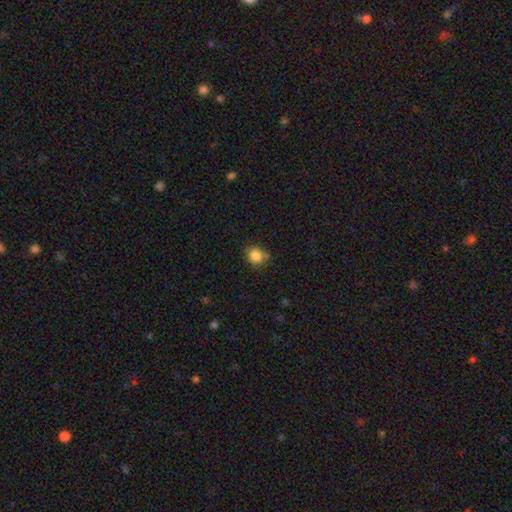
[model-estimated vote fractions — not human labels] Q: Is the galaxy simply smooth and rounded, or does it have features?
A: smooth — 85%.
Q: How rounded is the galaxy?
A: round — 78%.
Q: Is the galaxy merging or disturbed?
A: none — 71%.